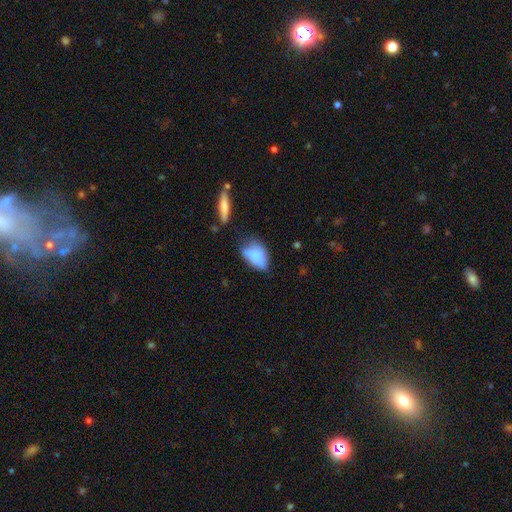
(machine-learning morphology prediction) smooth_or_featured: smooth (p=0.78) [alt: featured or disk p=0.14]
how_rounded: in between (p=0.88) [alt: round p=0.08]
merging: none (p=0.40) [alt: minor disturbance p=0.37]